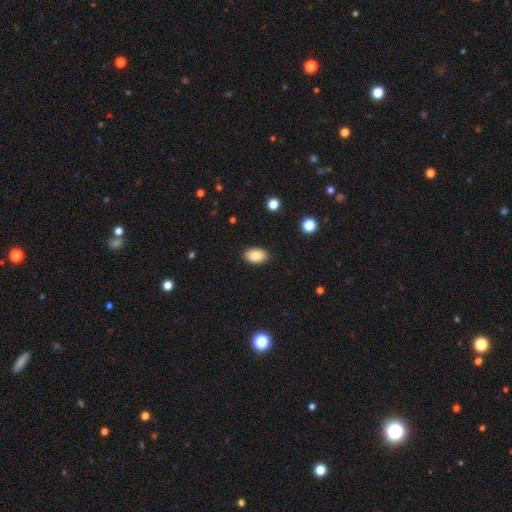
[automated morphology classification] This appears to be a smooth galaxy with no disk features (87%) that is in between round and cigar-shaped (91%). Merging: none (88%).